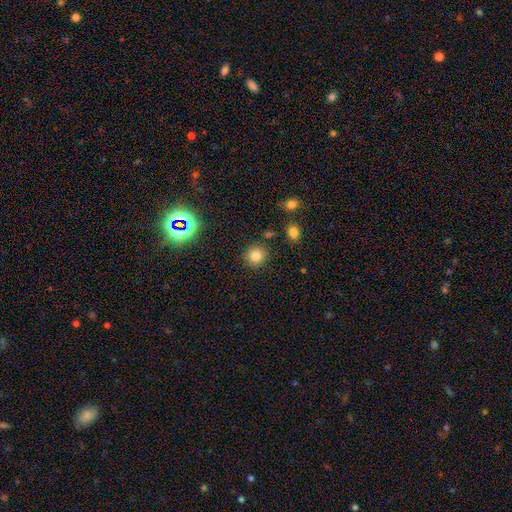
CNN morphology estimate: This is likely a smooth galaxy (79%). How rounded: clearly round (90%). Merging: clearly none (87%).